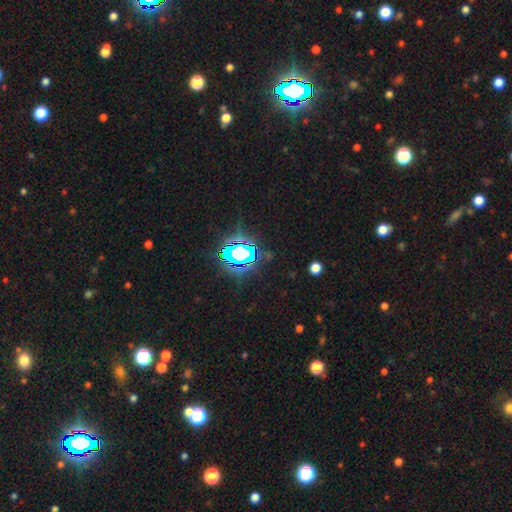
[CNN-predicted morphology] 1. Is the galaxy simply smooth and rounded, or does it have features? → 80% star or artifact, 12% smooth, 8% featured or disk.